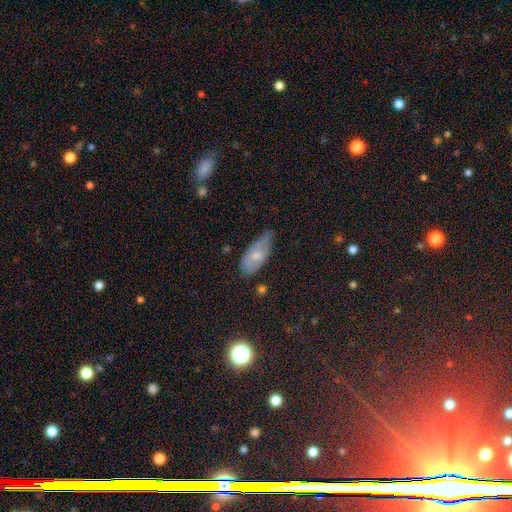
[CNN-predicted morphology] Smooth or featured? Predicted: smooth (p=0.64). How rounded? Predicted: in between (p=0.88). Merging? Predicted: minor disturbance (p=0.47).